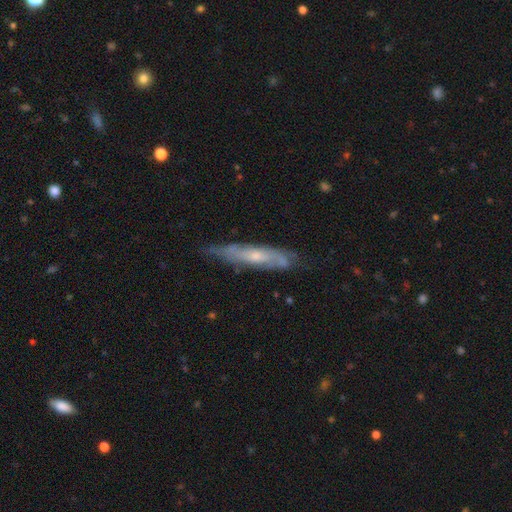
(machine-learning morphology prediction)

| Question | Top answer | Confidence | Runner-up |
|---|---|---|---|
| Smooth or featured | featured or disk | 67% | smooth (27%) |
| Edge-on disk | yes | 56% | no (44%) |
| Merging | none | 68% | minor disturbance (25%) |